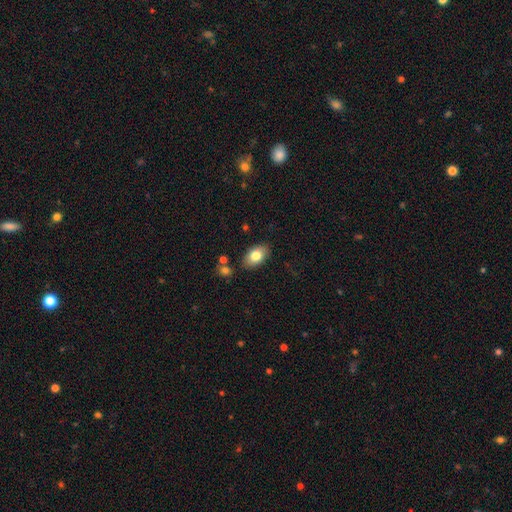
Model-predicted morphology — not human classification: Smooth or featured? smooth (80%)
How rounded? in between (91%)
Merging? none (84%)